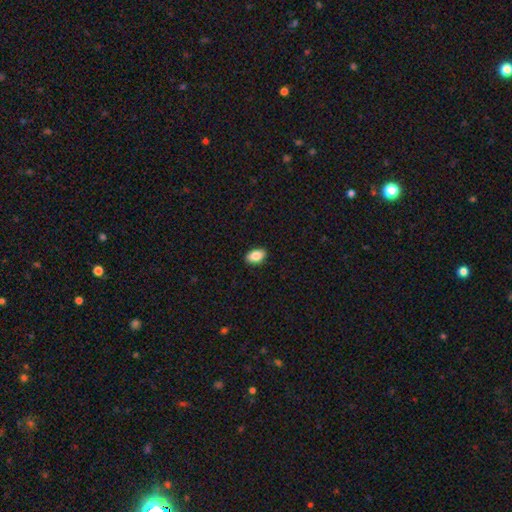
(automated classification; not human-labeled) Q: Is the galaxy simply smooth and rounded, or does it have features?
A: smooth — 86%.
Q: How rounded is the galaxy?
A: in between — 91%.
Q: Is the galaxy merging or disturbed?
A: none — 89%.